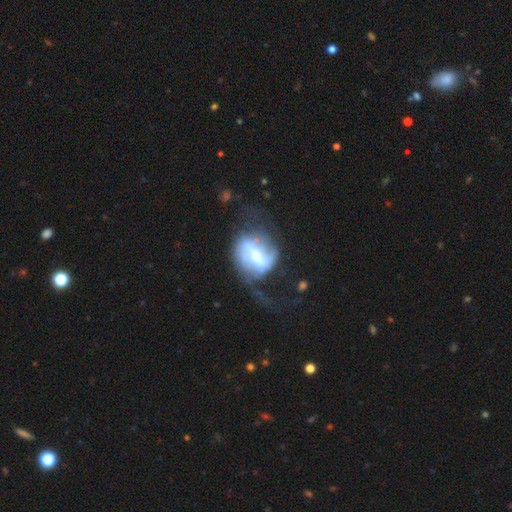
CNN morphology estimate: smooth-or-featured: featured or disk: 70% | smooth: 23% | star or artifact: 7%
  disk-edge-on: no: 95% | yes: 5%
    bar: strong: 43% | weak: 37% | no: 20%
    has-spiral-arms: yes: 71% | no: 29%
    bulge-size: small: 43% | moderate: 38% | none: 9% | large: 9% | dominant: 2%
  merging: major disturbance: 39% | none: 34% | minor disturbance: 22% | merger: 5%